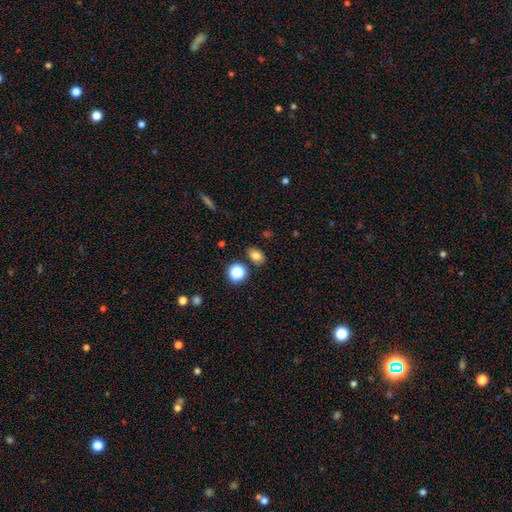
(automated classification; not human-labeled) Smooth or featured?
  - smooth: 79% *
  - star or artifact: 14%
  - featured or disk: 7%
How rounded?
  - in between: 70% *
  - round: 29%
  - cigar-shaped: 1%
Merging?
  - none: 81% *
  - minor disturbance: 11%
  - merger: 6%
  - major disturbance: 3%